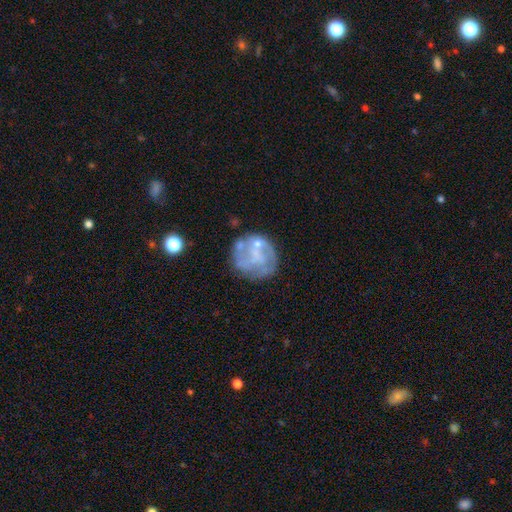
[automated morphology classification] smooth_or_featured: featured or disk (p=0.64) [alt: smooth p=0.27]
disk_edge_on: no (p=0.98) [alt: yes p=0.02]
bar: no (p=0.73) [alt: weak p=0.22]
has_spiral_arms: no (p=0.59) [alt: yes p=0.41]
bulge_size: none (p=0.45) [alt: small p=0.35]
merging: none (p=0.58) [alt: minor disturbance p=0.20]